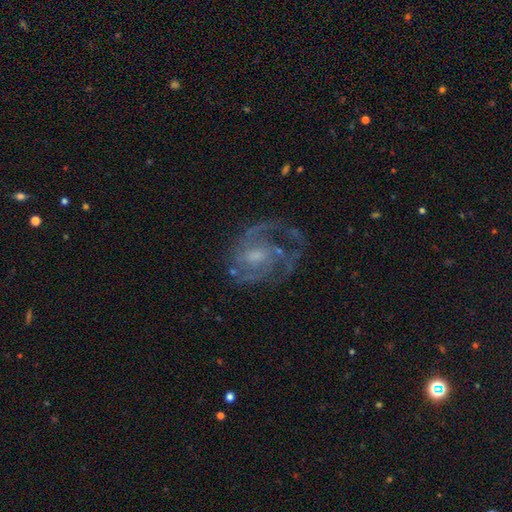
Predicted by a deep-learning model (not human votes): This is clearly a featured or disk galaxy (83%). It is clearly not viewed edge-on (97%). Bar: possibly no (48%). Spiral arm pattern: clearly yes (91%). Spiral arm count: marginally 2 (37%). Spiral winding: possibly medium (48%). Central bulge: marginally small (41%). Merging: possibly none (56%).